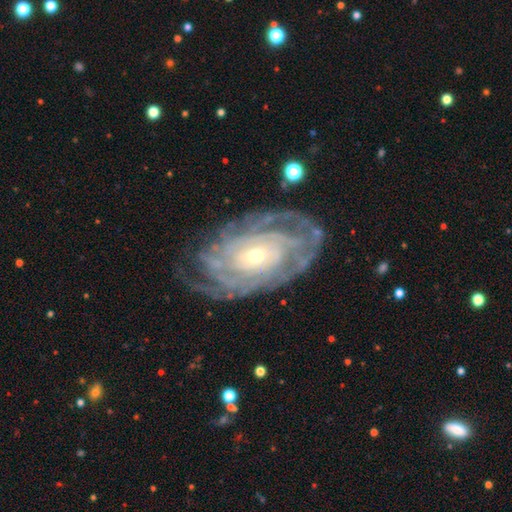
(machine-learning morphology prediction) Smooth or featured? featured or disk (89%)
Edge-on disk? no (95%)
Bar? no (68%)
Spiral arms? yes (96%)
Spiral winding? tight (81%)
Spiral arm count? can't tell (36%)
Bulge size? small (65%)
Merging? none (75%)